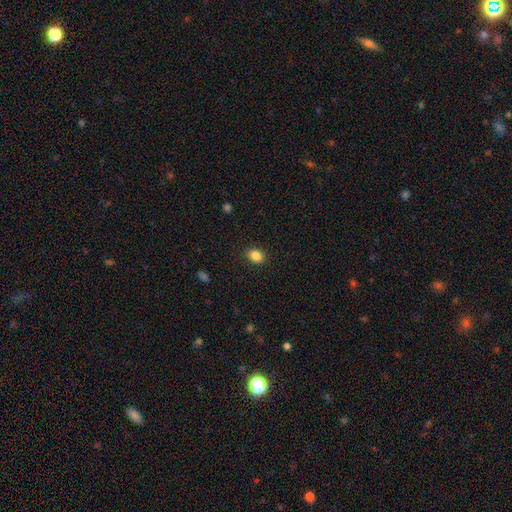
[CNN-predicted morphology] Overall: smooth (86%). How rounded: in between (69%; round 30%). Merging: none (87%).